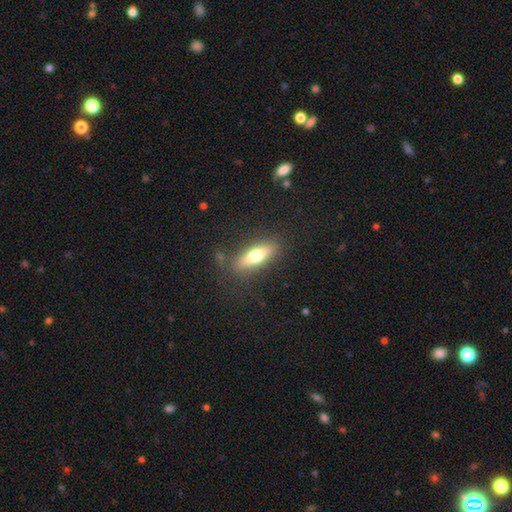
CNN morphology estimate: smooth_or_featured: smooth (p=0.60) [alt: featured or disk p=0.33]
how_rounded: in between (p=0.50) [alt: cigar-shaped p=0.47]
merging: none (p=0.82) [alt: minor disturbance p=0.12]